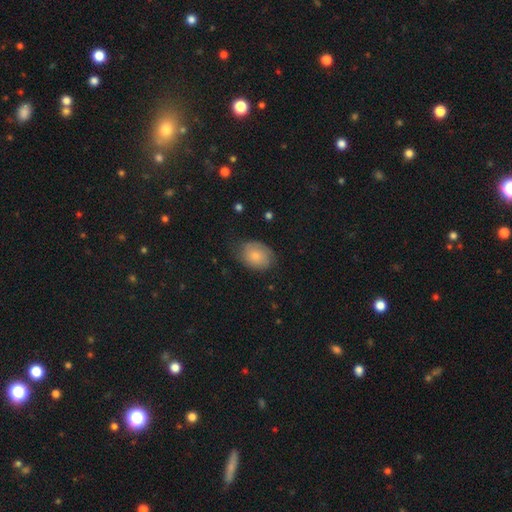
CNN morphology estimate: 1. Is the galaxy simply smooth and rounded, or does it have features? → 66% smooth, 26% featured or disk, 7% star or artifact.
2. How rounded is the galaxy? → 66% in between, 33% round, 1% cigar-shaped.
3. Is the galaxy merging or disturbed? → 63% none, 27% minor disturbance, 9% major disturbance, 1% merger.